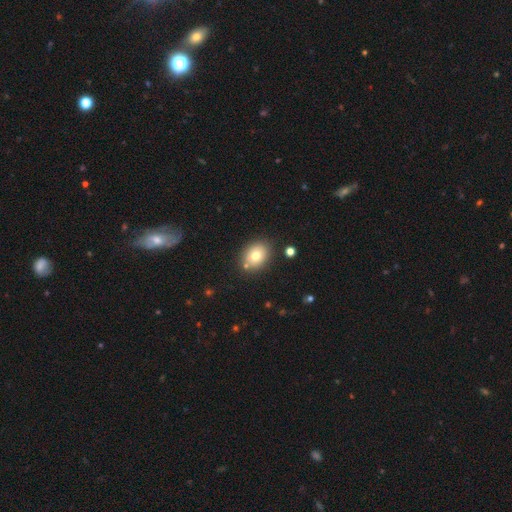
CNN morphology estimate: Smooth or featured: smooth — 76% (featured or disk — 14%)
How rounded: in between — 52% (round — 47%)
Merging: none — 79% (minor disturbance — 11%)